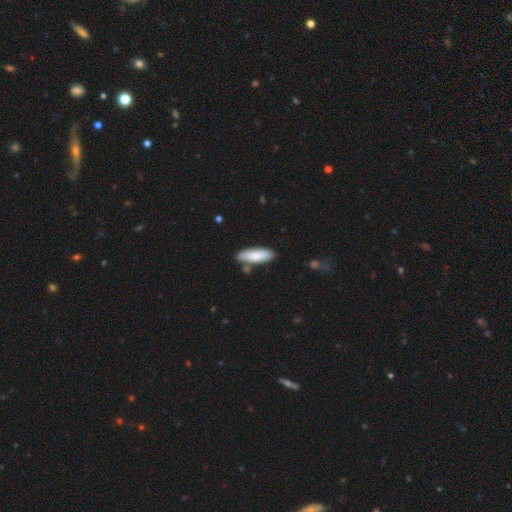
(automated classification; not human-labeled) smooth 83%, featured or disk 12%, star or artifact 6%. Down the decision tree: how rounded — in between (52%); merging — none (79%).